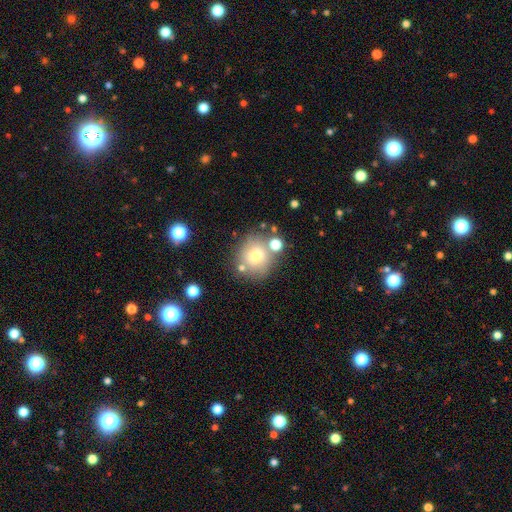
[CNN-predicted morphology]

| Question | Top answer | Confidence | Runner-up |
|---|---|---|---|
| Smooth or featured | smooth | 70% | featured or disk (17%) |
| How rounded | round | 87% | in between (12%) |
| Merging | none | 71% | minor disturbance (12%) |